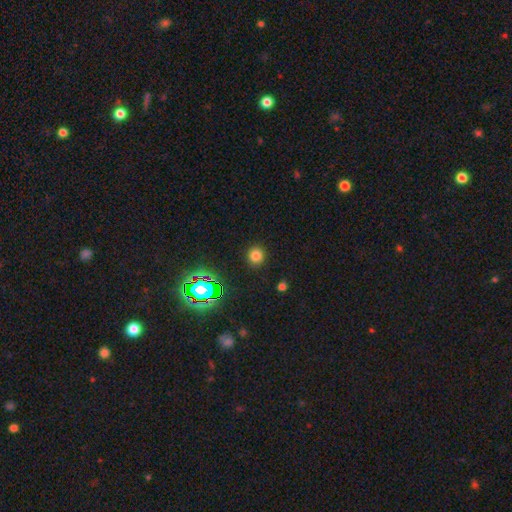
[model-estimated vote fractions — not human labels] smooth_or_featured: smooth (p=0.74) [alt: star or artifact p=0.20]
how_rounded: round (p=0.90) [alt: in between p=0.09]
merging: none (p=0.90) [alt: minor disturbance p=0.06]